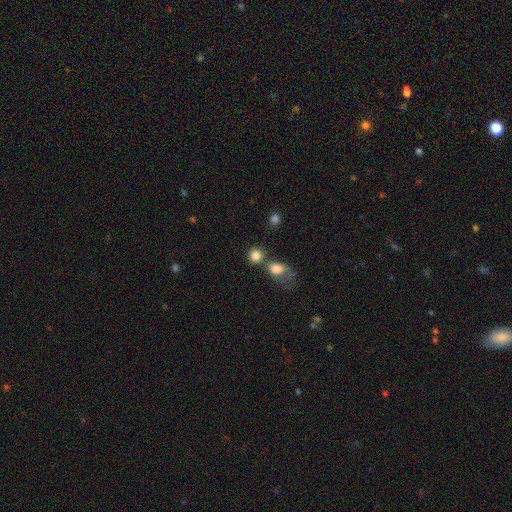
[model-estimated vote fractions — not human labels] This is clearly a smooth galaxy (83%). How rounded: clearly round (83%). Merging: possibly none (49%).